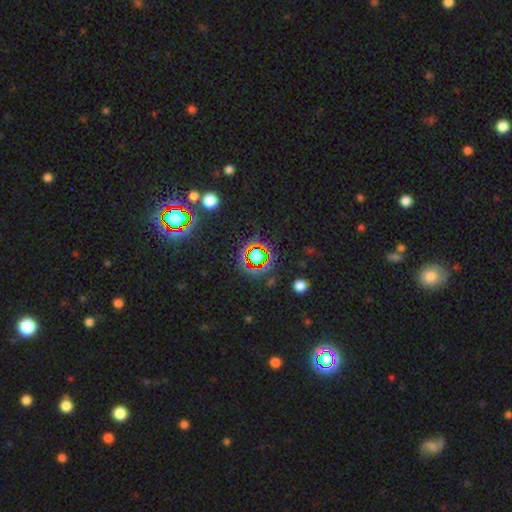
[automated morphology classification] A star or artifact, not a galaxy (71%).

Vote fractions:
- Smooth or featured? star or artifact: 71% / smooth: 18% / featured or disk: 11%